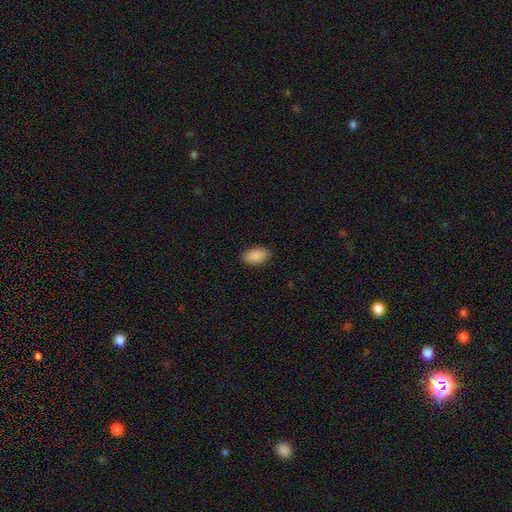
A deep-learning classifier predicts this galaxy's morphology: Smooth or featured? smooth (90%)
How rounded? in between (95%)
Merging? none (89%)